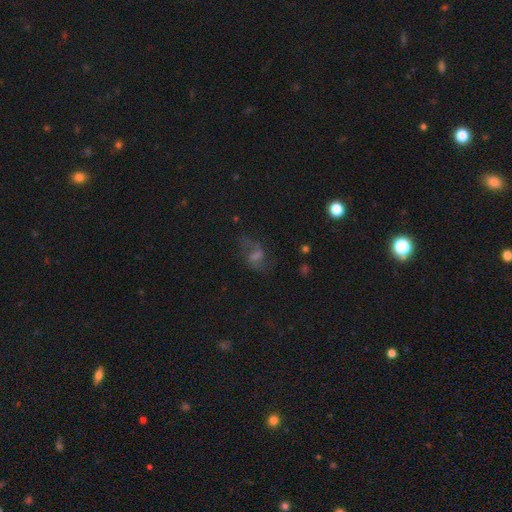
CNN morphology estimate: Overall: featured or disk (47%; smooth 27%). Merging: none (59%; minor disturbance 19%).